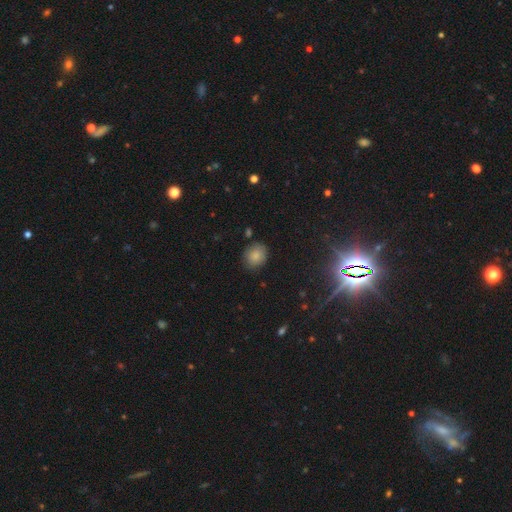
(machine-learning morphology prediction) This is clearly a smooth galaxy (84%). How rounded: likely round (73%). Merging: clearly none (83%).